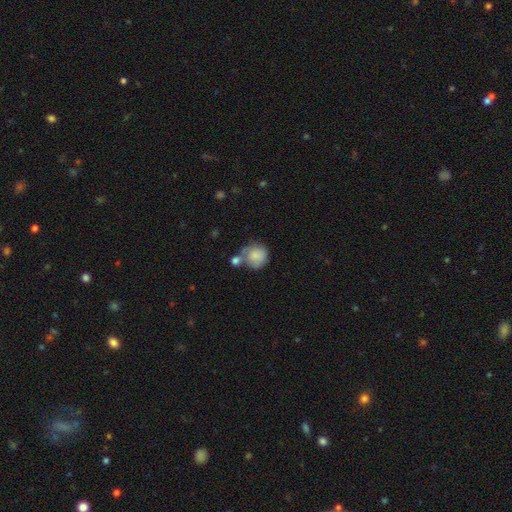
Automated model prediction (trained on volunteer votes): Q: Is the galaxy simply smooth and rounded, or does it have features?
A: smooth — 81%.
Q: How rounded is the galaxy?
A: round — 87%.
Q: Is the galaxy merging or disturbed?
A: none — 45%.